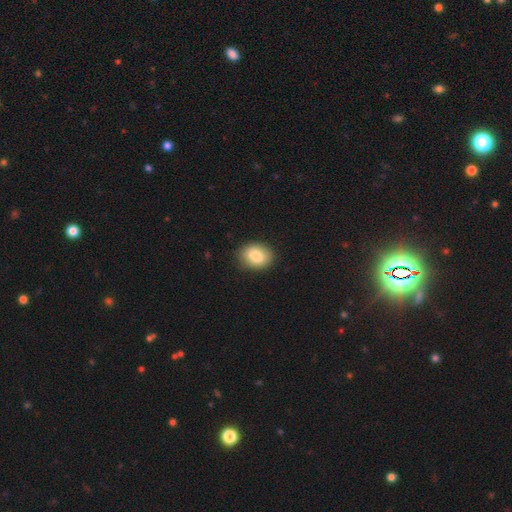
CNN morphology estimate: Smooth or featured: smooth — 85% (star or artifact — 7%)
How rounded: in between — 64% (round — 35%)
Merging: none — 86% (minor disturbance — 10%)